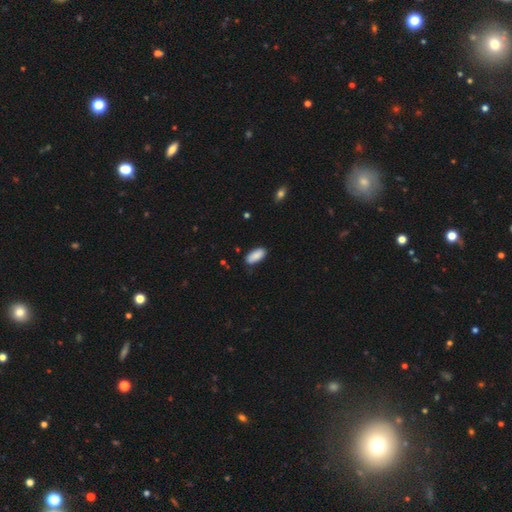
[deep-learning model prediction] Q: Smooth or featured?
A: smooth (89%); runner-up: star or artifact (6%)
Q: How rounded?
A: in between (90%); runner-up: cigar-shaped (8%)
Q: Merging?
A: none (80%); runner-up: minor disturbance (16%)